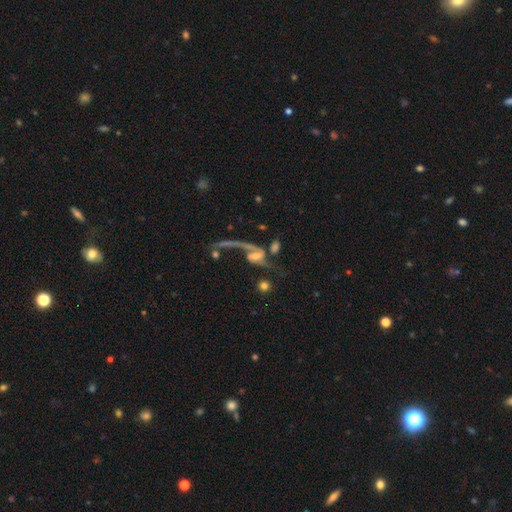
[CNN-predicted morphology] type=featured or disk (80%); edge-on=no (95%); bar=weak (39%); spiral arms=yes (88%); winding=loose (82%); arm count=2 (69%); bulge=small (40%); merging=major disturbance (35%).